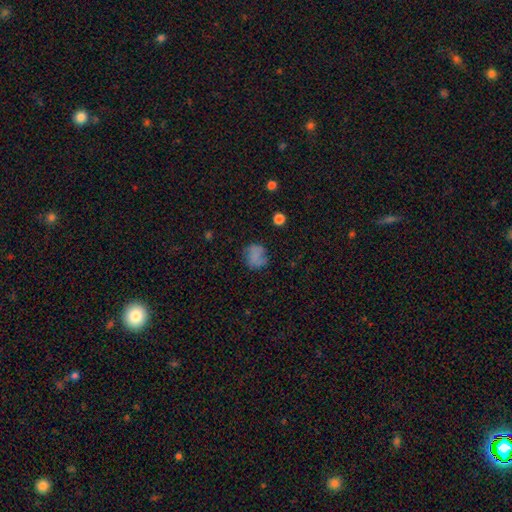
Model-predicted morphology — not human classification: smooth_or_featured: smooth (p=0.68) [alt: featured or disk p=0.19]
how_rounded: round (p=0.73) [alt: in between p=0.26]
merging: none (p=0.63) [alt: minor disturbance p=0.22]